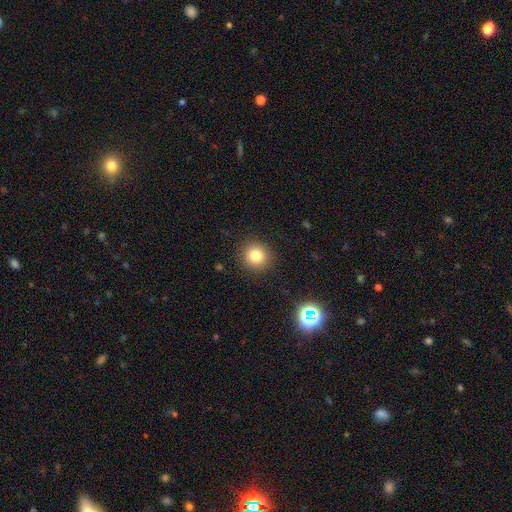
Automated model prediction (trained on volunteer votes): A smooth galaxy with no disk features (80%) that is round (92%). Merging: none (90%).